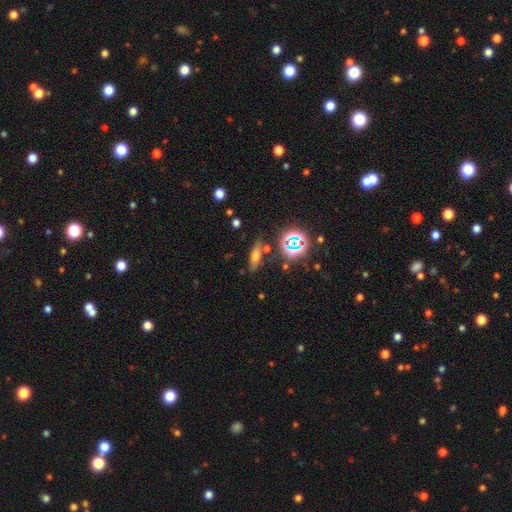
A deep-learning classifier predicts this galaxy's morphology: This appears to be a smooth galaxy with no disk features (49%). Merging: none (77%).